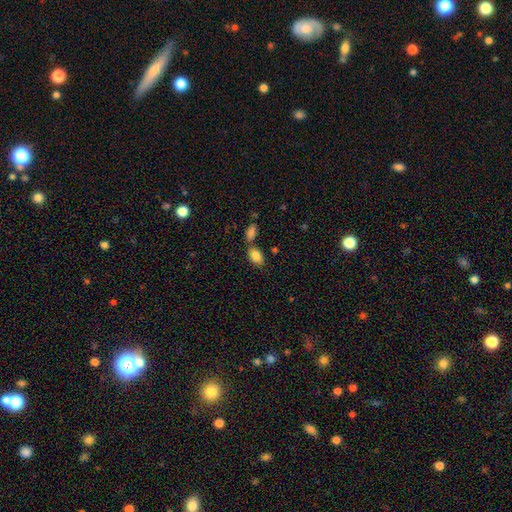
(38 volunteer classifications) This is clearly a smooth galaxy (84%). How rounded: clearly in between (88%). Merging: likely none (61%).